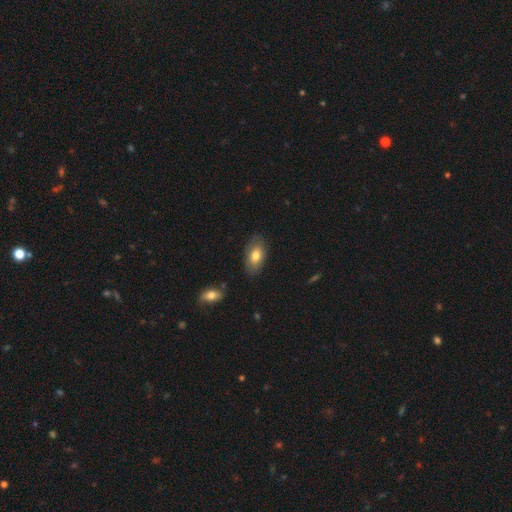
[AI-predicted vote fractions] Smooth or featured?
  - smooth: 73% *
  - featured or disk: 20%
  - star or artifact: 7%
How rounded?
  - in between: 92% *
  - round: 4%
  - cigar-shaped: 3%
Merging?
  - none: 80% *
  - minor disturbance: 15%
  - major disturbance: 3%
  - merger: 2%